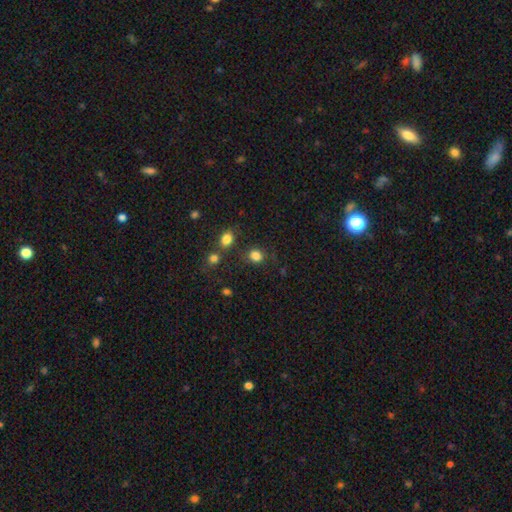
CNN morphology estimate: Smooth or featured?
  - smooth: 83% *
  - star or artifact: 13%
  - featured or disk: 4%
How rounded?
  - round: 69% *
  - in between: 30%
  - cigar-shaped: 1%
Merging?
  - none: 73% *
  - minor disturbance: 13%
  - merger: 8%
  - major disturbance: 5%